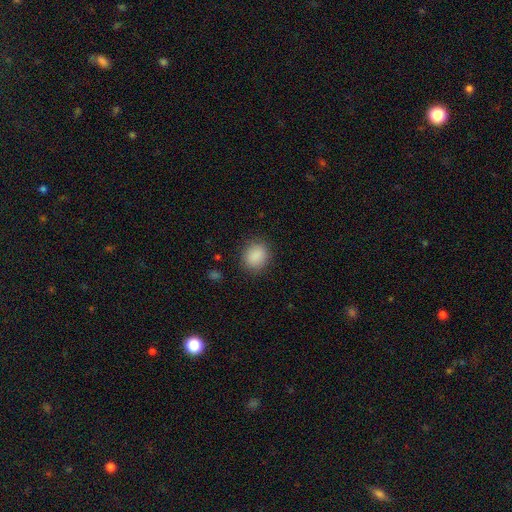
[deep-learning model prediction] The model was most divided on "how rounded": round: 65%, in between: 34%, cigar-shaped: 1%. More confident: smooth or featured — smooth (89%); merging — none (87%).